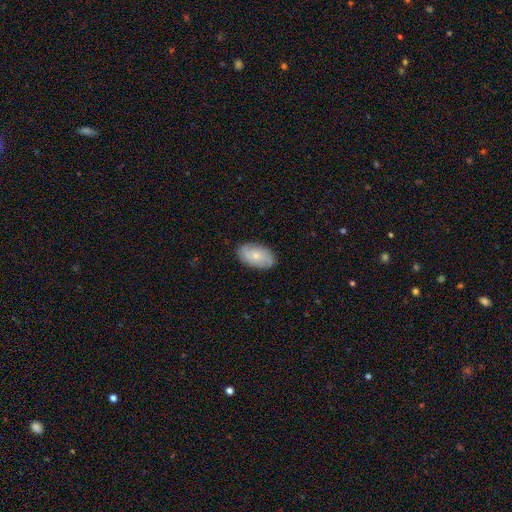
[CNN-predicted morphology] The model was most divided on "smooth or featured": smooth: 65%, featured or disk: 29%, star or artifact: 6%. More confident: how rounded — in between (93%); merging — none (85%).